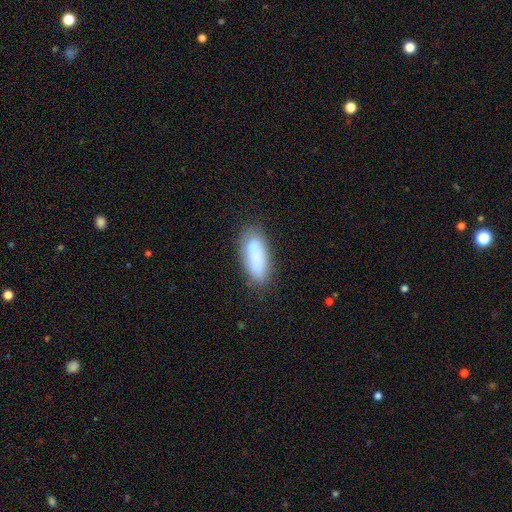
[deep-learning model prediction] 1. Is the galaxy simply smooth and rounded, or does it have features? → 77% smooth, 15% featured or disk, 8% star or artifact.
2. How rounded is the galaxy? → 73% in between, 25% cigar-shaped, 3% round.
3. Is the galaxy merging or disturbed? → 66% none, 18% minor disturbance, 9% merger, 6% major disturbance.